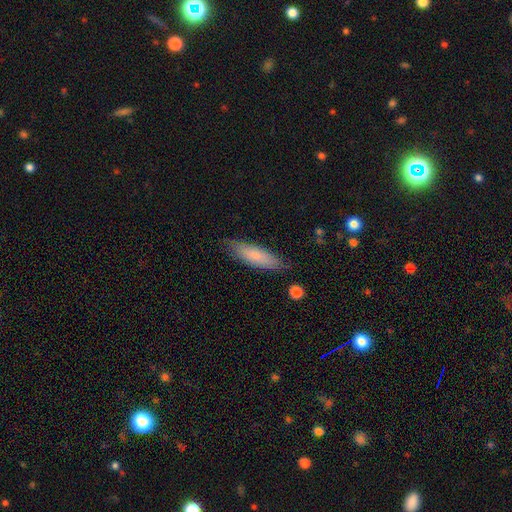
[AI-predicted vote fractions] smooth 77%, featured or disk 17%, star or artifact 6%. Down the decision tree: how rounded — cigar-shaped (54%); merging — none (80%).